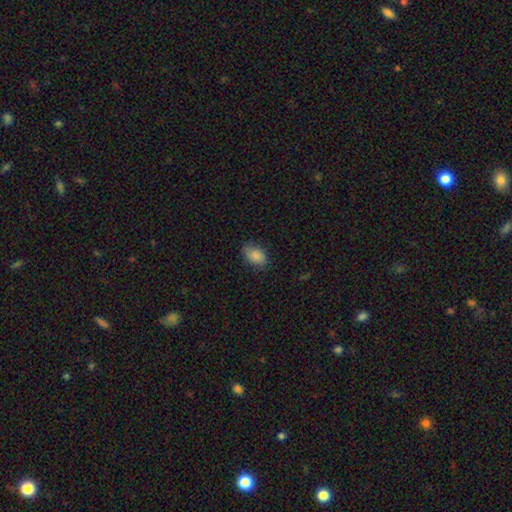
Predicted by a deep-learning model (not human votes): smooth-or-featured: smooth: 85% | star or artifact: 8% | featured or disk: 7%
  how-rounded: in between: 85% | round: 14% | cigar-shaped: 1%
  merging: none: 75% | minor disturbance: 20% | major disturbance: 4% | merger: 1%